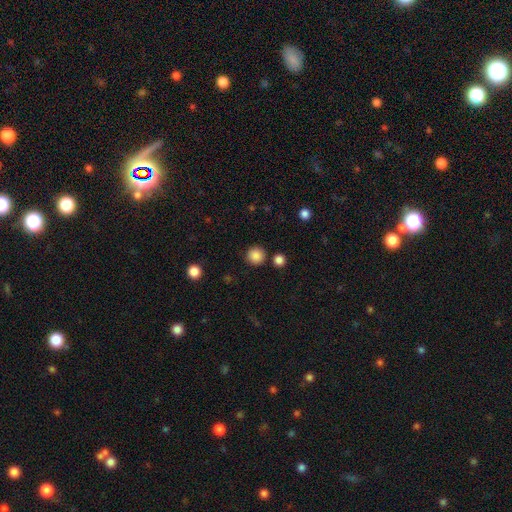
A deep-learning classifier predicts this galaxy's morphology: Smooth or featured?
  - smooth: 87% *
  - star or artifact: 10%
  - featured or disk: 3%
How rounded?
  - round: 94% *
  - in between: 5%
  - cigar-shaped: 1%
Merging?
  - none: 87% *
  - minor disturbance: 6%
  - merger: 4%
  - major disturbance: 2%